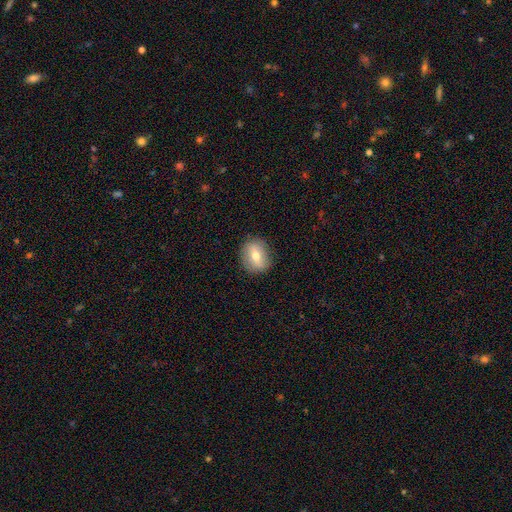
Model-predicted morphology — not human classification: smooth 63%, featured or disk 29%, star or artifact 8%. Down the decision tree: how rounded — round (60%); merging — none (85%).